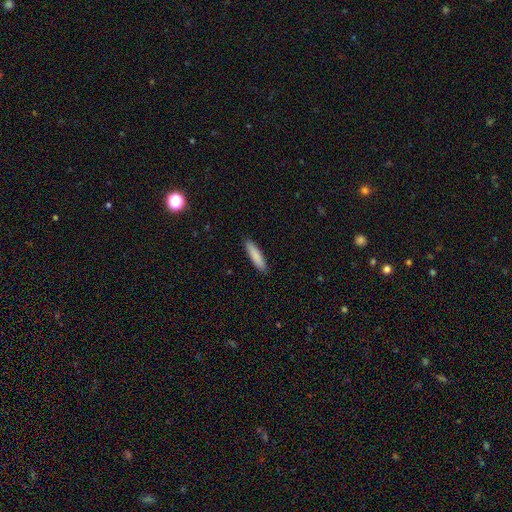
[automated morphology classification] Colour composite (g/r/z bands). It shows a smooth galaxy with no disk features (86%) that is cigar-shaped (80%). Merging: none (91%).